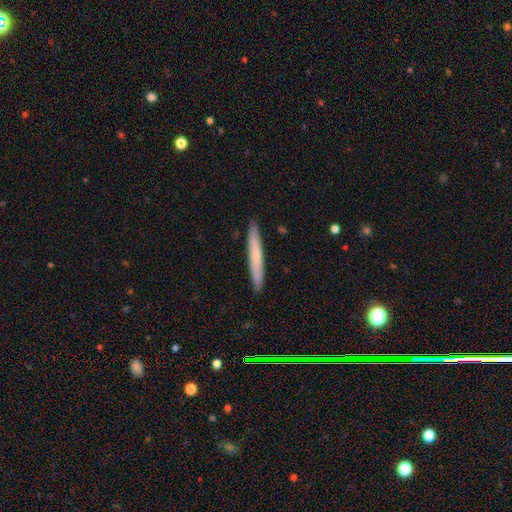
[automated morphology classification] This is possibly a smooth galaxy (59%). How rounded: clearly cigar-shaped (96%). Merging: clearly none (91%).